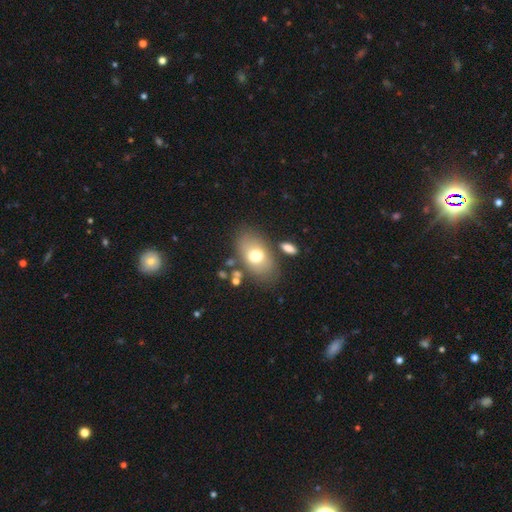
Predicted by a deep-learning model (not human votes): The model was most divided on "smooth or featured": smooth: 68%, featured or disk: 23%, star or artifact: 9%. More confident: how rounded — in between (88%); merging — none (71%).